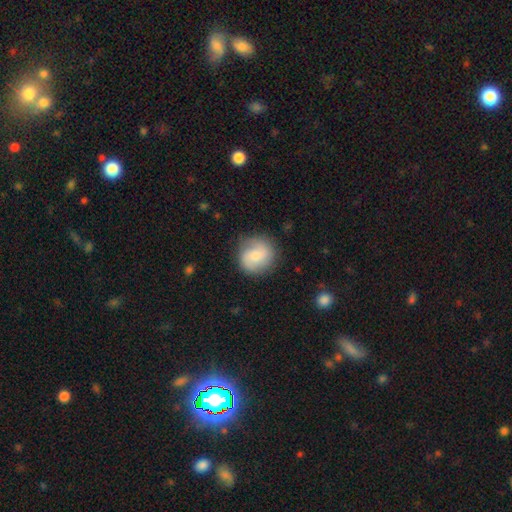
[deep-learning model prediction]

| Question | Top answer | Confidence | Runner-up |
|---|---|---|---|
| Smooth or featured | smooth | 55% | featured or disk (37%) |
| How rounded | round | 89% | in between (10%) |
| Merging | none | 79% | minor disturbance (14%) |